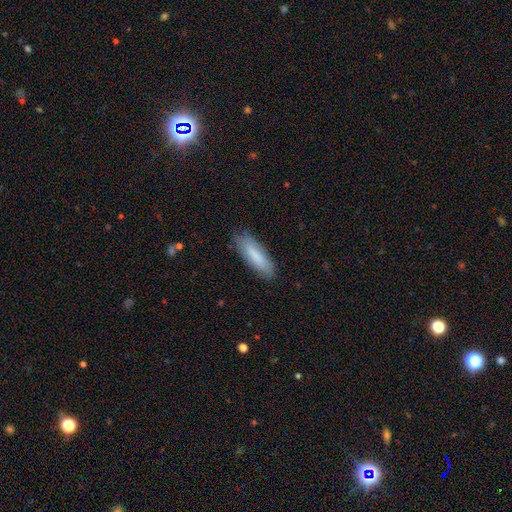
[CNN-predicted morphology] A smooth galaxy with no disk features (79%) that is cigar-shaped (57%).

Vote fractions:
- Smooth or featured? smooth: 79% / featured or disk: 14% / star or artifact: 6%
- How rounded? cigar-shaped: 57% / in between: 42% / round: 1%
- Merging? none: 82% / minor disturbance: 14% / major disturbance: 3% / merger: 1%